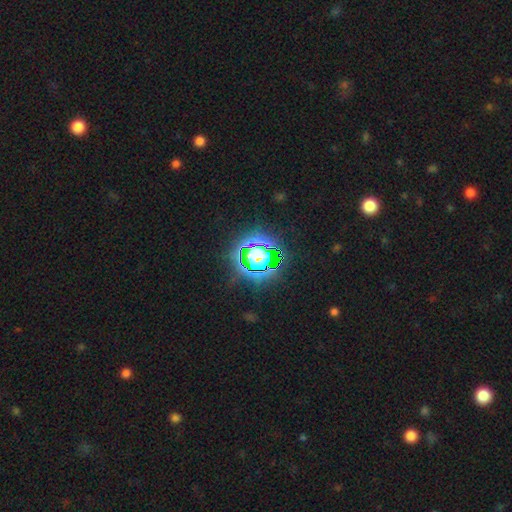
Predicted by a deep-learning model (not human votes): Overall: star or artifact (72%).